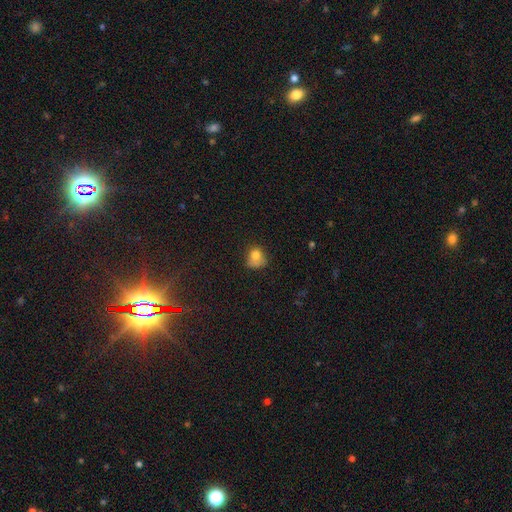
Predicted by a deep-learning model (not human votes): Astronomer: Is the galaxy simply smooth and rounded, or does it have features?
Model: smooth — 75%.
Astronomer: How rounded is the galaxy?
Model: round — 64%.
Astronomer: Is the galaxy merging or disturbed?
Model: none — 37% (runner-up: minor disturbance, 31%).